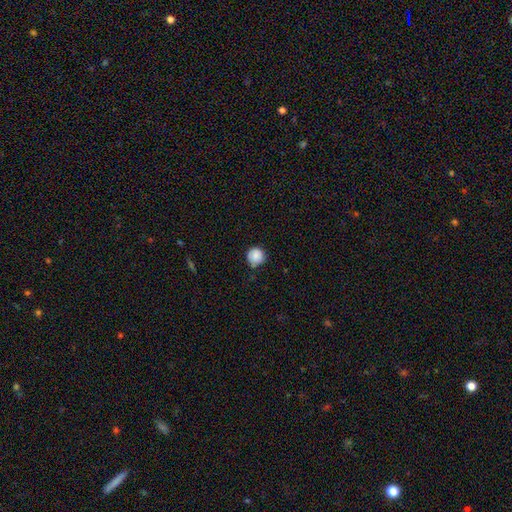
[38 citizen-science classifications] Overall: smooth (87%). How rounded: round (94%). Merging: none (71%).